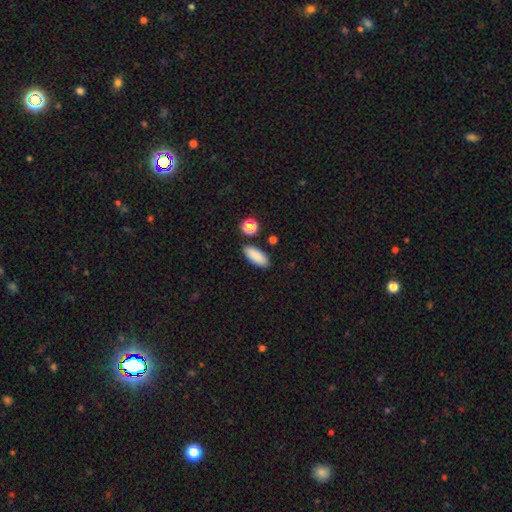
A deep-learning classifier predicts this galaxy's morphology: Smooth or featured? smooth (89%)
How rounded? in between (84%)
Merging? none (85%)